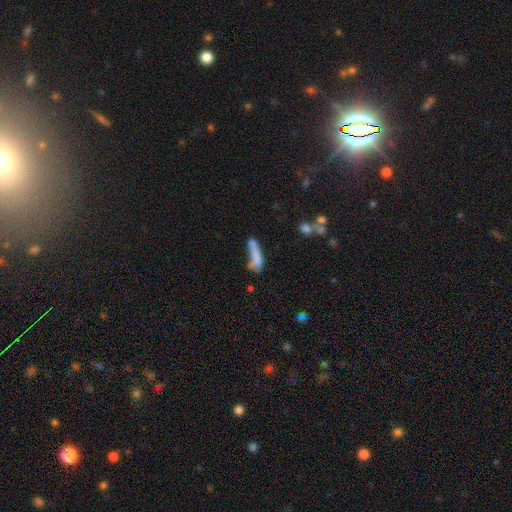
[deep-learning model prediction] A smooth galaxy with no disk features (67%) that is cigar-shaped (70%). Merging: none (29%).